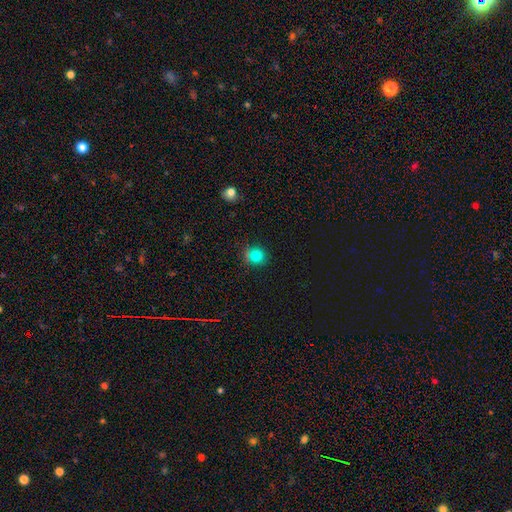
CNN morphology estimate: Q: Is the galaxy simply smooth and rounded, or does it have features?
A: smooth — 78%.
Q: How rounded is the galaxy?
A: round — 89%.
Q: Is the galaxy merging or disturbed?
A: none — 74%.